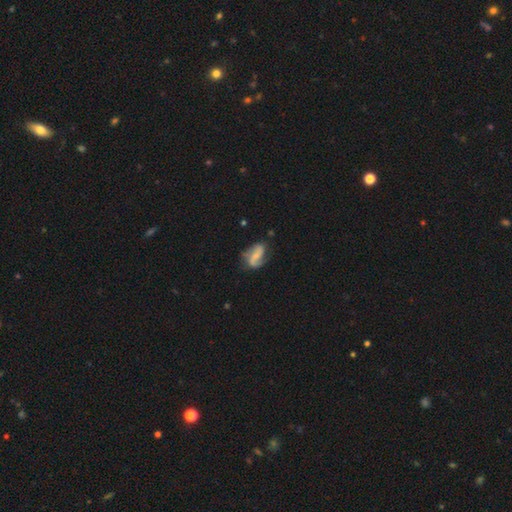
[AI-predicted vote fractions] Smooth or featured?
  - featured or disk: 71% *
  - smooth: 22%
  - star or artifact: 7%
Edge-on disk?
  - no: 96% *
  - yes: 4%
Bar?
  - weak: 37% *
  - no: 34%
  - strong: 29%
Spiral arms?
  - yes: 89% *
  - no: 11%
Spiral winding?
  - loose: 54% *
  - medium: 32%
  - tight: 13%
Spiral arm count?
  - 2: 79% *
  - 1: 12%
  - can't tell: 6%
  - 3: 1%
  - 4: 1%
  - more than 4: 1%
Bulge size?
  - small: 54% *
  - moderate: 23%
  - none: 20%
  - large: 3%
  - dominant: 1%
Merging?
  - none: 57% *
  - minor disturbance: 24%
  - major disturbance: 15%
  - merger: 4%